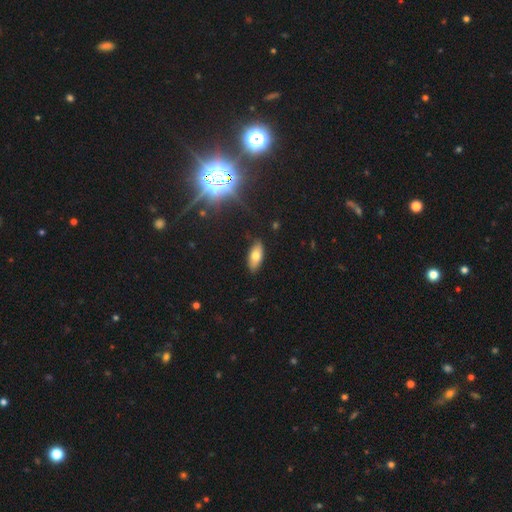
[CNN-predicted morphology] Q: Smooth or featured?
A: smooth (72%); runner-up: featured or disk (18%)
Q: How rounded?
A: in between (86%); runner-up: cigar-shaped (11%)
Q: Merging?
A: none (87%); runner-up: minor disturbance (10%)